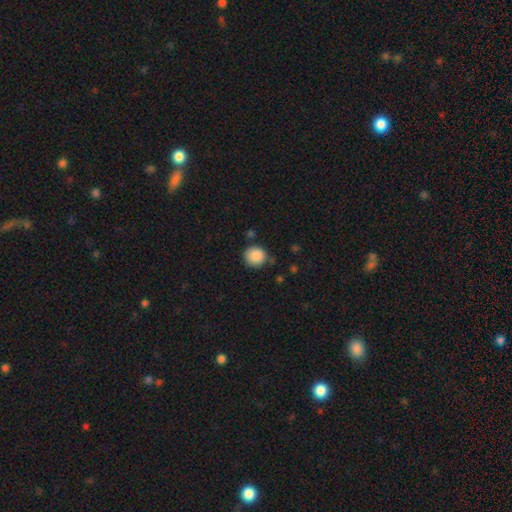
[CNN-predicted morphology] Overall: smooth (88%). How rounded: round (90%). Merging: none (80%).